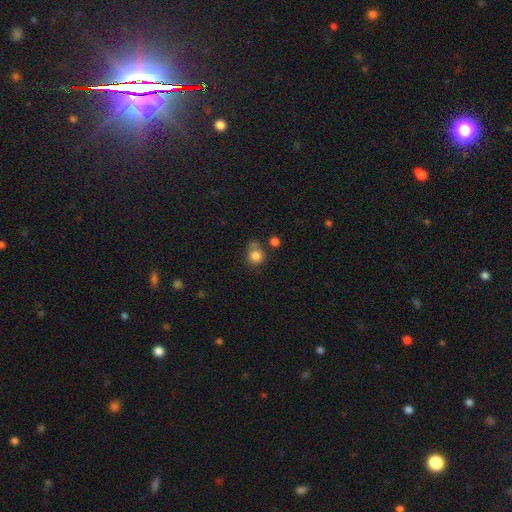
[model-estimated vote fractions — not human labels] Overall: smooth (83%). How rounded: round (82%). Merging: none (56%; minor disturbance 21%).